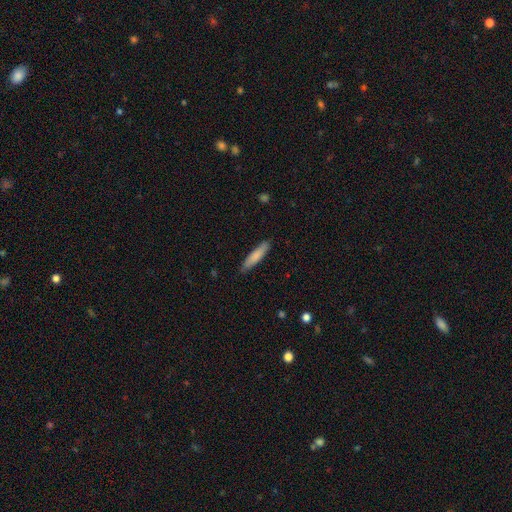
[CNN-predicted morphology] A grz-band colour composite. It shows a smooth galaxy with no disk features (79%) that is cigar-shaped (86%). Merging: none (87%).